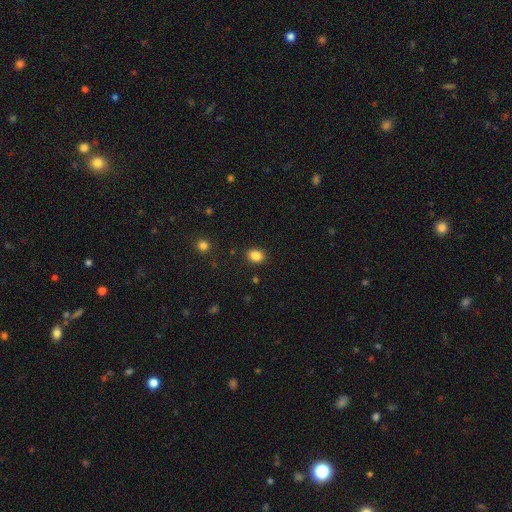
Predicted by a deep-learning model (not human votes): Smooth or featured: smooth — 86% (star or artifact — 10%)
How rounded: in between — 62% (round — 37%)
Merging: none — 88% (minor disturbance — 8%)